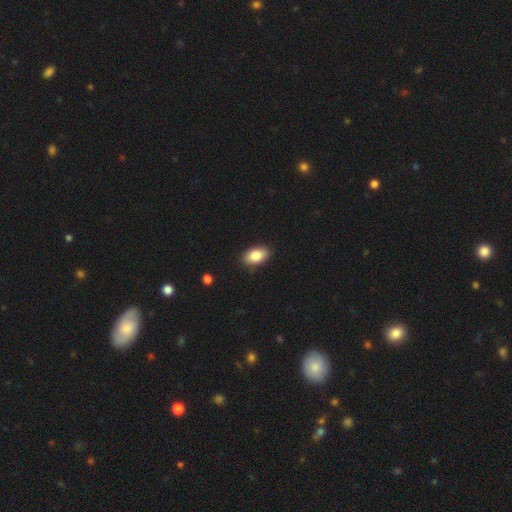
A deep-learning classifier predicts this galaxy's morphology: This is clearly a smooth galaxy (86%). How rounded: clearly in between (92%). Merging: clearly none (88%).